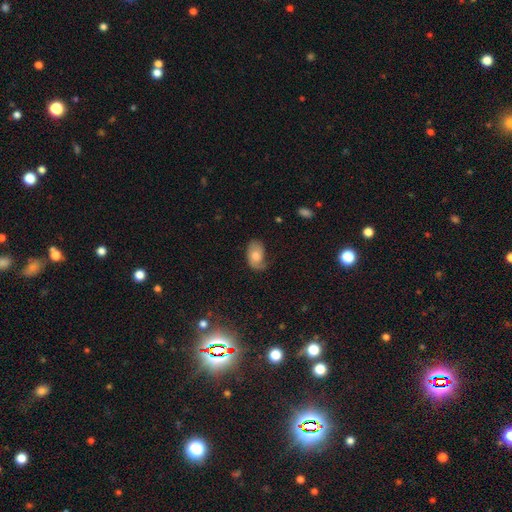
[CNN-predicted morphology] Smooth or featured?
  - smooth: 57% *
  - featured or disk: 35%
  - star or artifact: 8%
How rounded?
  - in between: 88% *
  - round: 11%
  - cigar-shaped: 1%
Merging?
  - none: 48% *
  - minor disturbance: 33%
  - major disturbance: 18%
  - merger: 2%